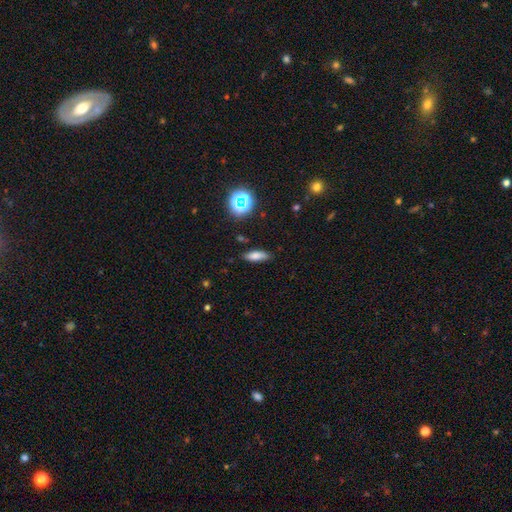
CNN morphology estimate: Smooth or featured? Predicted: smooth (p=0.73). How rounded? Predicted: in between (p=0.57). Merging? Predicted: none (p=0.83).